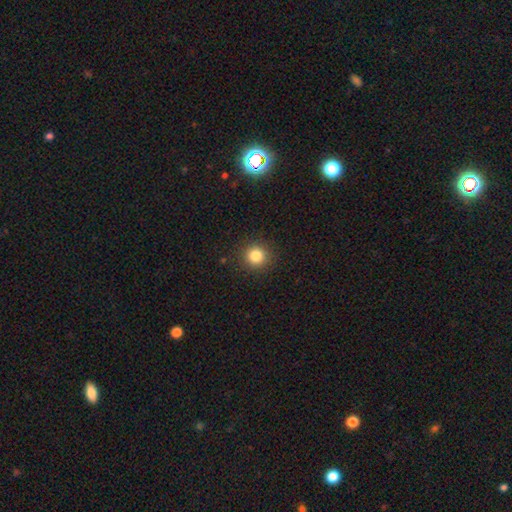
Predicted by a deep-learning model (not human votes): This appears to be a smooth galaxy with no disk features (83%) that is round (93%). Merging: none (91%).